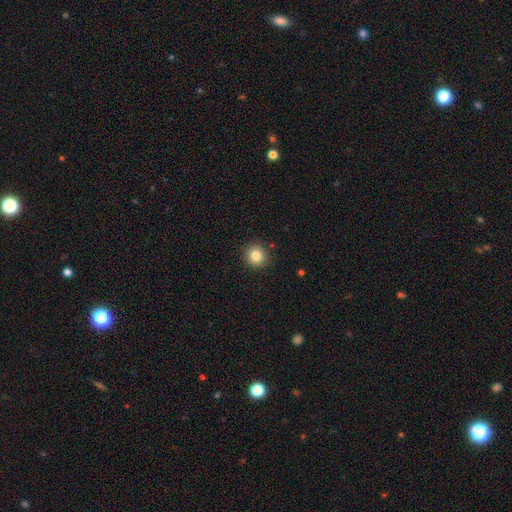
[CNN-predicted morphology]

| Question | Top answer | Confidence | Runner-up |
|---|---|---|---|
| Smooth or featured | smooth | 83% | star or artifact (11%) |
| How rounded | round | 94% | in between (5%) |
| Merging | none | 91% | minor disturbance (6%) |